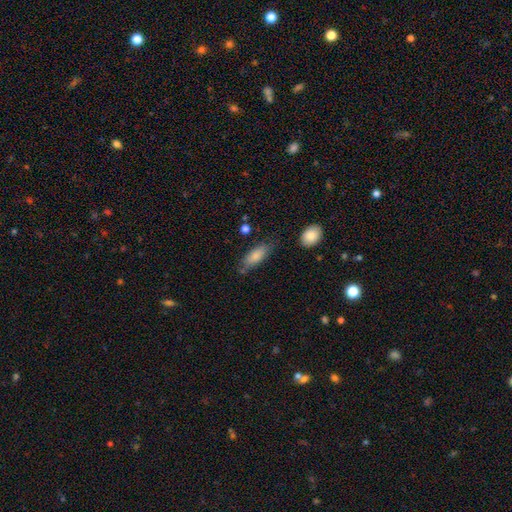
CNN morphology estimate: This is clearly a smooth galaxy (81%). How rounded: likely in between (77%). Merging: likely none (64%).